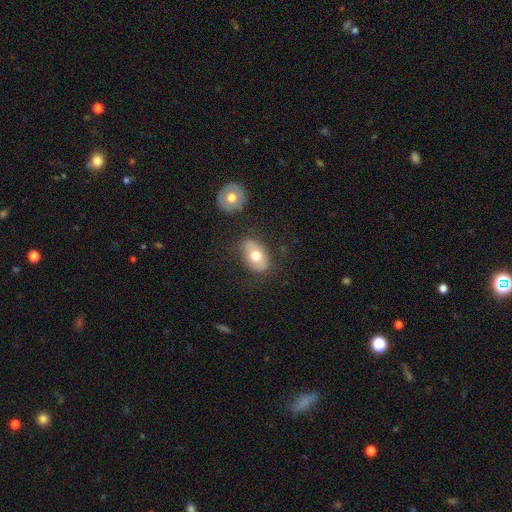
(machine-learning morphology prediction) Smooth or featured?
  - smooth: 64% *
  - featured or disk: 29%
  - star or artifact: 7%
How rounded?
  - in between: 81% *
  - round: 18%
  - cigar-shaped: 1%
Merging?
  - none: 70% *
  - minor disturbance: 17%
  - major disturbance: 7%
  - merger: 6%